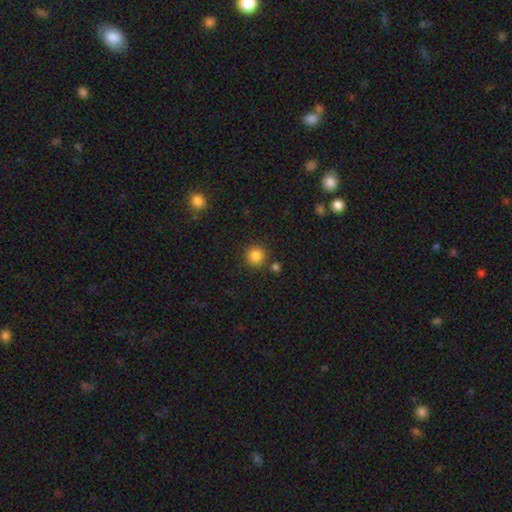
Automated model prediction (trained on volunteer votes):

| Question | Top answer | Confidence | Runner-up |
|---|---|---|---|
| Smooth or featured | smooth | 85% | star or artifact (11%) |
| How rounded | round | 94% | in between (5%) |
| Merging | none | 85% | minor disturbance (7%) |